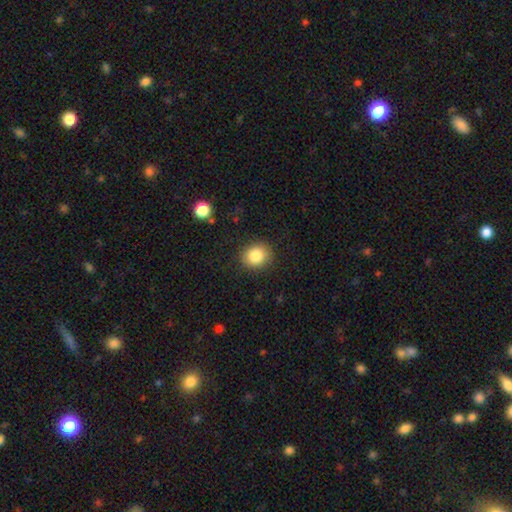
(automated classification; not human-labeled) smooth 85%, star or artifact 10%, featured or disk 6%. Down the decision tree: how rounded — round (68%); merging — none (88%).